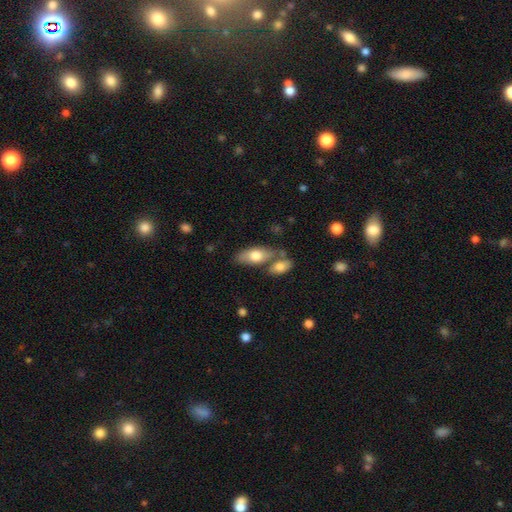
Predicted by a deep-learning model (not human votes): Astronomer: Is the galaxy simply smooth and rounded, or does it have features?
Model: smooth — 73%.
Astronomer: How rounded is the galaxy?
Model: in between — 84%.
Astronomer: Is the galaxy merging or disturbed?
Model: none — 56%.